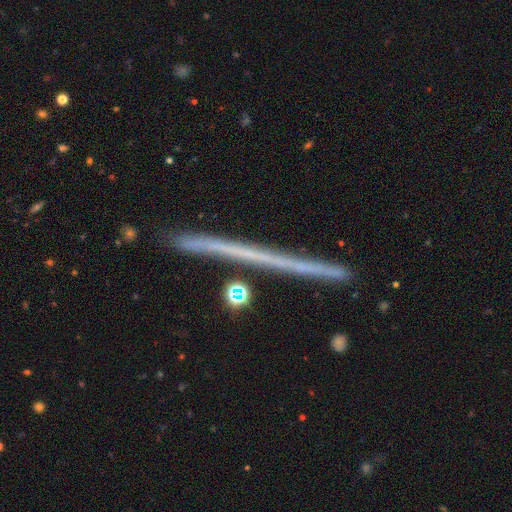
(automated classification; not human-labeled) Smooth or featured? Predicted: featured or disk (p=0.63). Edge-on disk? Predicted: yes (p=0.96). Edge-on bulge? Predicted: none (p=0.85). Merging? Predicted: none (p=0.87).